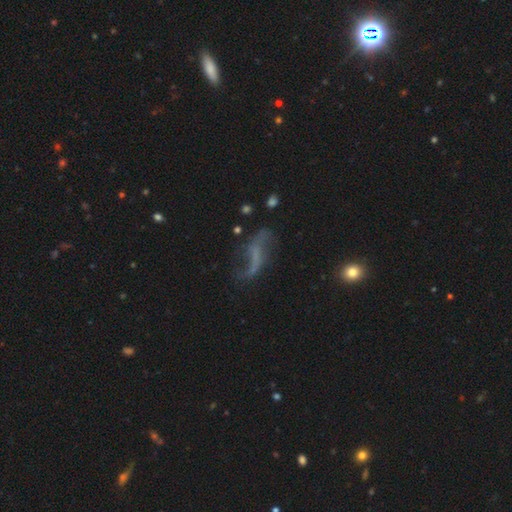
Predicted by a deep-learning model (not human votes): This is likely a featured or disk galaxy (71%). It is clearly not viewed edge-on (91%). Bar: marginally no (45%). Spiral arm pattern: clearly yes (81%). Spiral arm count: clearly 2 (85%). Spiral winding: clearly loose (90%). Central bulge: likely none (71%). Merging: possibly none (55%).